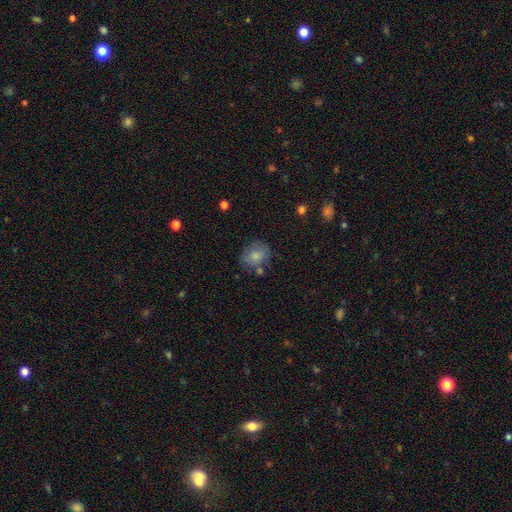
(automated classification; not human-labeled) Smooth or featured? smooth (75%)
How rounded? round (55%)
Merging? none (62%)